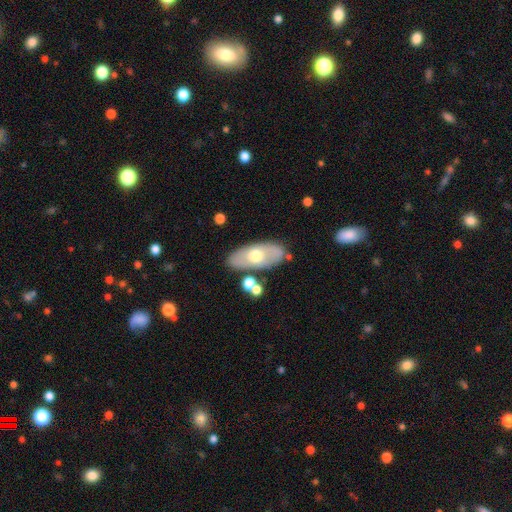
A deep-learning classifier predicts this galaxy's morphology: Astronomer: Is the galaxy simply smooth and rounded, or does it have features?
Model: smooth — 52% (runner-up: featured or disk, 42%).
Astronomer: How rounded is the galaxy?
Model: in between — 87%.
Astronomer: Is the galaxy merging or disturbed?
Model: none — 78%.